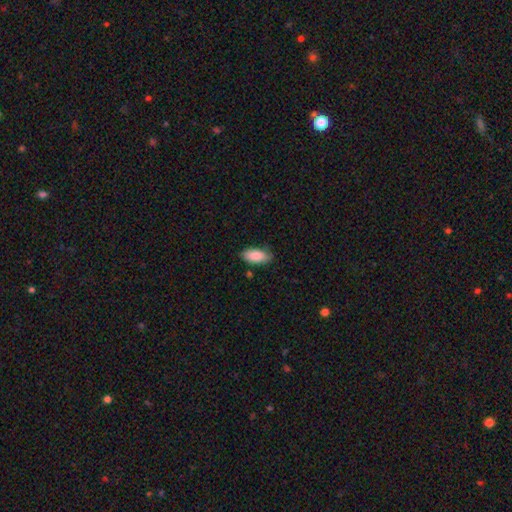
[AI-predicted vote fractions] This appears to be a smooth galaxy with no disk features (87%) that is in between round and cigar-shaped (90%). Merging: none (77%).